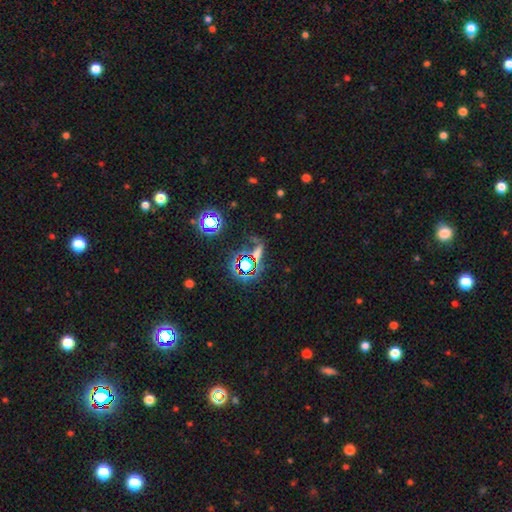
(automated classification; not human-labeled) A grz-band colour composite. It shows a star or artifact, not a galaxy (60%).